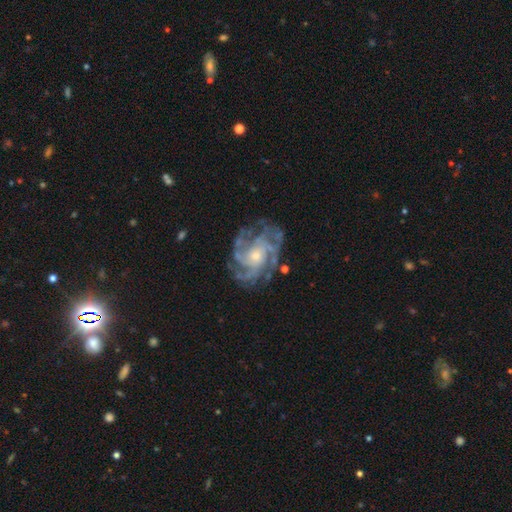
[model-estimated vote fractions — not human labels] Smooth or featured?
  - featured or disk: 90% *
  - star or artifact: 5%
  - smooth: 5%
Edge-on disk?
  - no: 98% *
  - yes: 2%
Bar?
  - no: 75% *
  - weak: 21%
  - strong: 4%
Spiral arms?
  - yes: 97% *
  - no: 3%
Spiral winding?
  - tight: 53% *
  - medium: 38%
  - loose: 8%
Spiral arm count?
  - 4: 30% *
  - can't tell: 21%
  - 3: 18%
  - more than 4: 16%
  - 2: 9%
  - 1: 7%
Bulge size?
  - small: 59% *
  - moderate: 36%
  - large: 3%
  - none: 2%
  - dominant: 1%
Merging?
  - none: 72% *
  - minor disturbance: 17%
  - major disturbance: 10%
  - merger: 2%